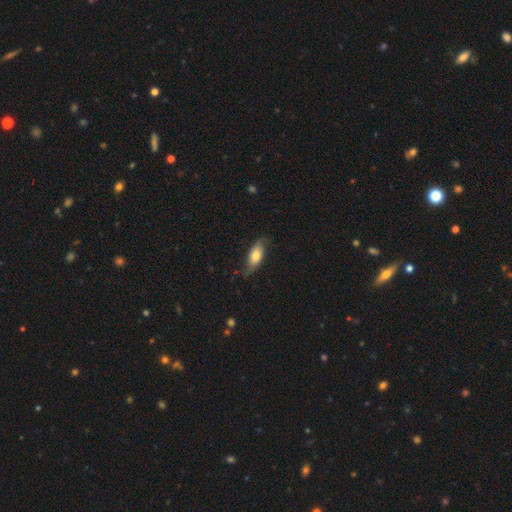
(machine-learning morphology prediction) This appears to be a smooth galaxy with no disk features (60%) that is in between round and cigar-shaped (78%). Merging: none (68%).